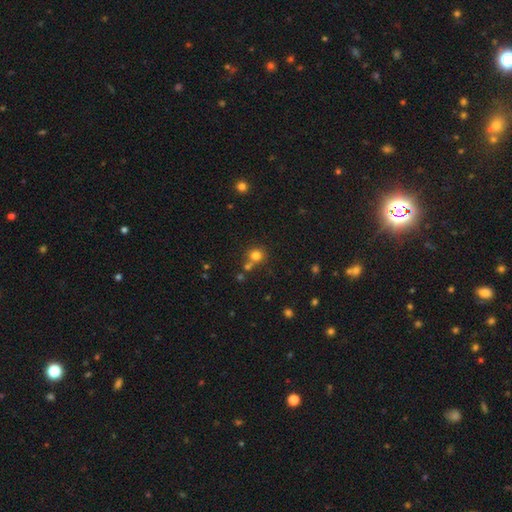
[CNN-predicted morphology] This appears to be a smooth galaxy with no disk features (77%) that is round (88%). Merging: none (62%).